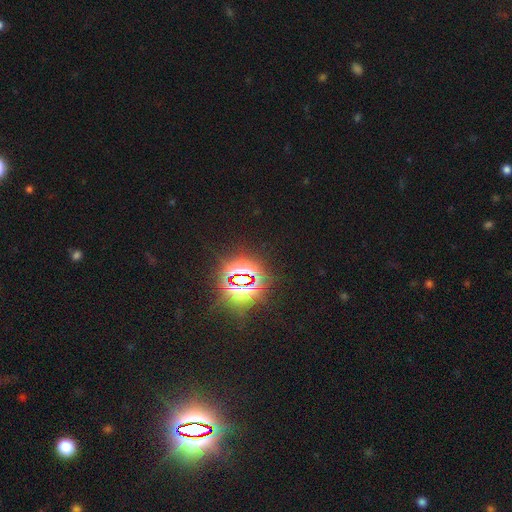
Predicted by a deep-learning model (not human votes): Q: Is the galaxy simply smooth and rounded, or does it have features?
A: star or artifact — 79%.